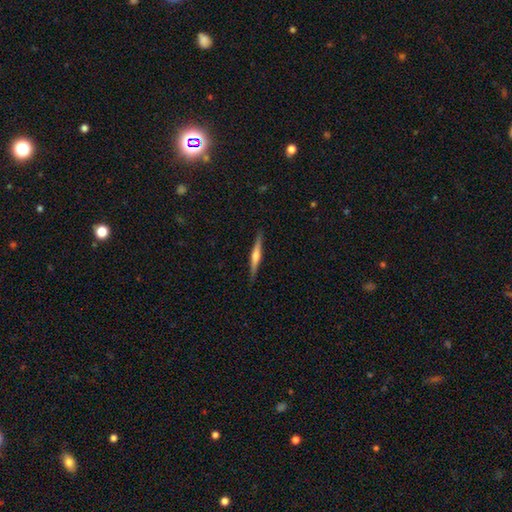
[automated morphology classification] Smooth or featured?
  - featured or disk: 66% *
  - smooth: 28%
  - star or artifact: 6%
Edge-on disk?
  - yes: 98% *
  - no: 2%
Edge-on bulge?
  - rounded: 82% *
  - boxy: 10%
  - none: 9%
Merging?
  - none: 90% *
  - minor disturbance: 8%
  - major disturbance: 1%
  - merger: 1%